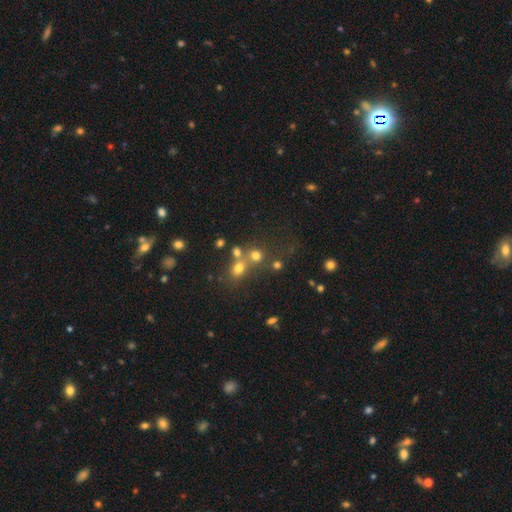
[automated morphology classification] smooth_or_featured: smooth (p=0.68) [alt: star or artifact p=0.21]
how_rounded: round (p=0.82) [alt: in between p=0.17]
merging: none (p=0.51) [alt: merger p=0.35]